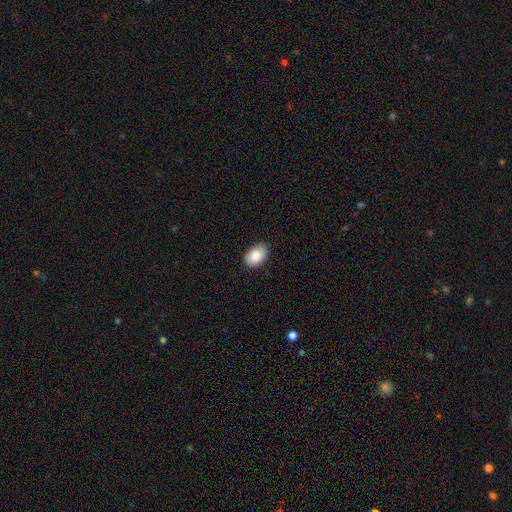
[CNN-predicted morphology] smooth 87%, star or artifact 7%, featured or disk 6%. Down the decision tree: how rounded — in between (89%); merging — none (86%).